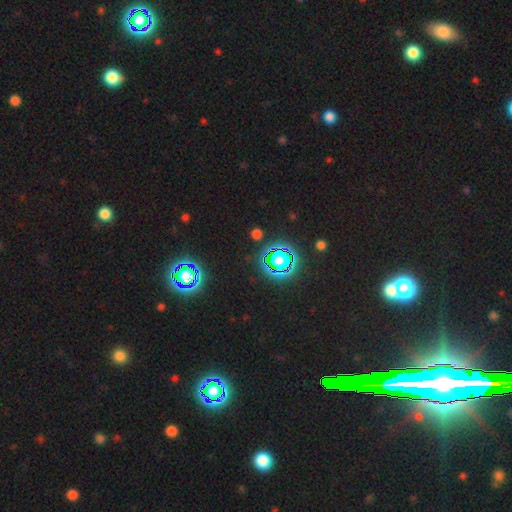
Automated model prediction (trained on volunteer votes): Smooth or featured? star or artifact (82%)